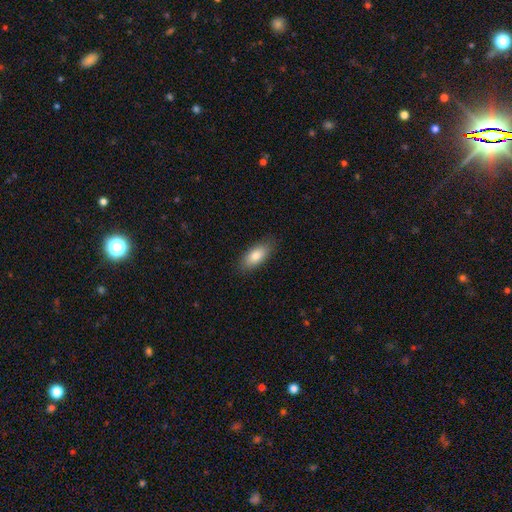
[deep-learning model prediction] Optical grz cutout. It shows a smooth galaxy with no disk features (81%) that is in between round and cigar-shaped (85%). Merging: none (86%).